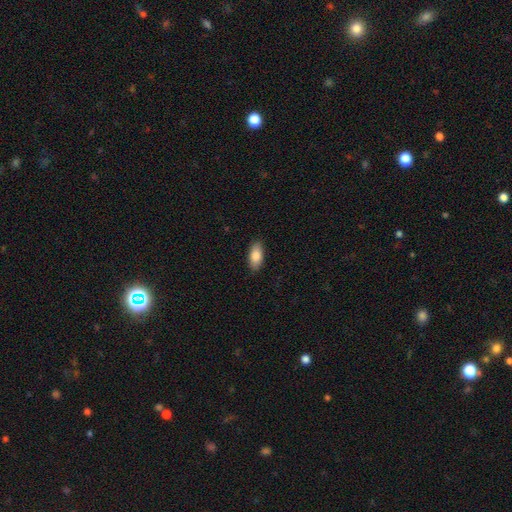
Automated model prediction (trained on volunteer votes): Smooth or featured: smooth — 86% (featured or disk — 8%)
How rounded: in between — 89% (cigar-shaped — 8%)
Merging: none — 88% (minor disturbance — 9%)